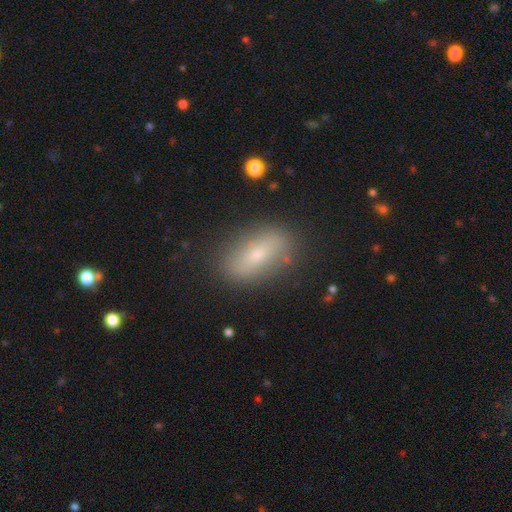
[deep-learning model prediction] smooth-or-featured: smooth: 59% | featured or disk: 32% | star or artifact: 9%
  how-rounded: in between: 78% | cigar-shaped: 16% | round: 6%
  merging: none: 83% | minor disturbance: 12% | major disturbance: 3% | merger: 2%